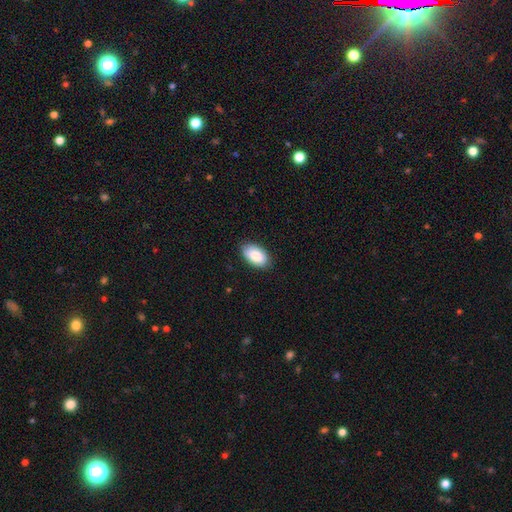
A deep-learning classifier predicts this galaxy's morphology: smooth 86%, featured or disk 8%, star or artifact 6%. Down the decision tree: how rounded — in between (94%); merging — none (86%).